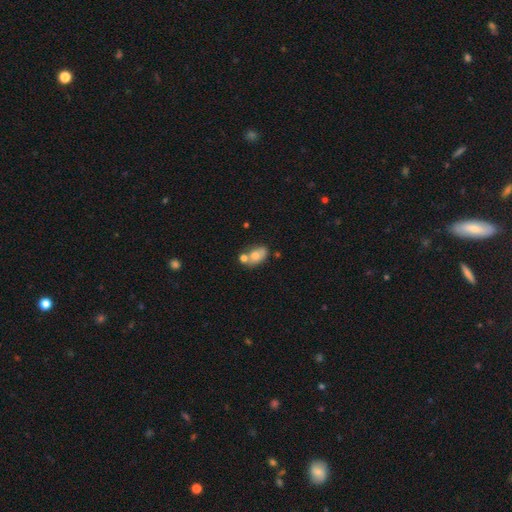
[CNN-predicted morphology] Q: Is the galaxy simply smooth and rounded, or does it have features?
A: smooth — 66%.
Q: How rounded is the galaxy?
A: in between — 81%.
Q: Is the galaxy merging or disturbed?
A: none — 44%.